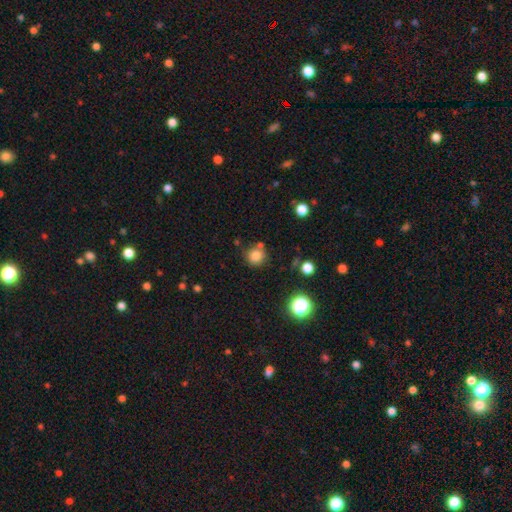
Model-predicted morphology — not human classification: A smooth galaxy with no disk features (81%) that is round (91%).

Vote fractions:
- Smooth or featured? smooth: 81% / star or artifact: 13% / featured or disk: 5%
- How rounded? round: 91% / in between: 8% / cigar-shaped: 1%
- Merging? none: 75% / minor disturbance: 11% / merger: 10% / major disturbance: 3%